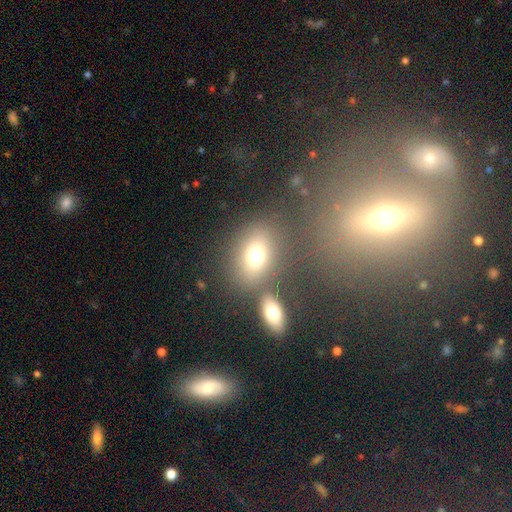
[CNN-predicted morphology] This is likely a smooth galaxy (73%). How rounded: likely in between (62%). Merging: likely none (67%).